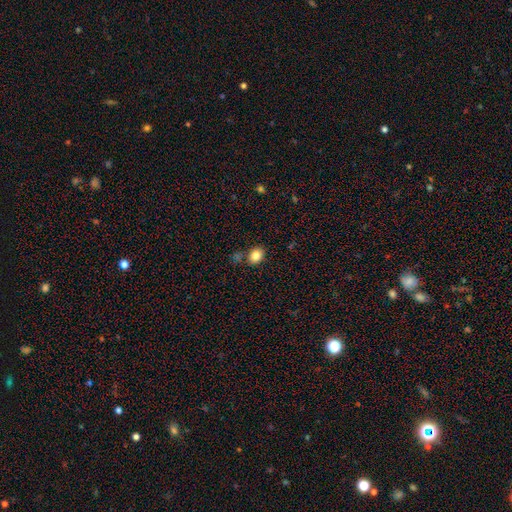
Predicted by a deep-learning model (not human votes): Smooth or featured: smooth — 83% (star or artifact — 10%)
How rounded: in between — 57% (round — 42%)
Merging: none — 78% (minor disturbance — 12%)